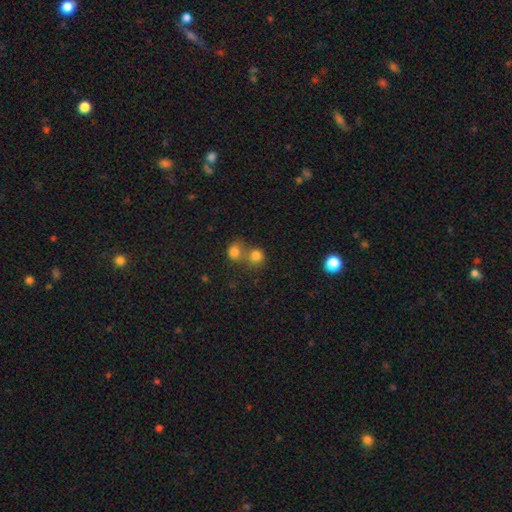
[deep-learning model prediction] Smooth or featured? Predicted: smooth (p=0.79). How rounded? Predicted: round (p=0.85). Merging? Predicted: merger (p=0.45, tied with none).